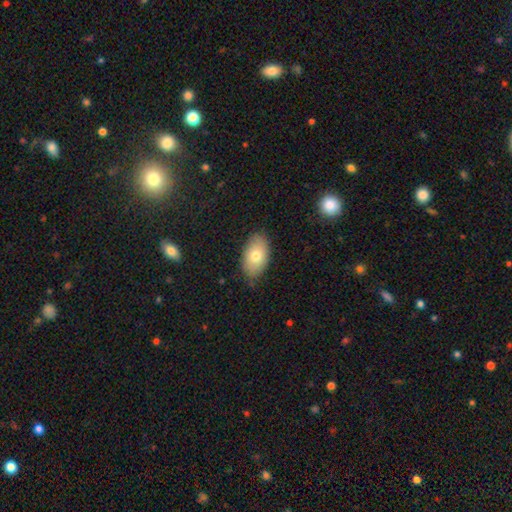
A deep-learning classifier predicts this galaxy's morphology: A smooth galaxy with no disk features (75%) that is in between round and cigar-shaped (92%).

Vote fractions:
- Smooth or featured? smooth: 75% / featured or disk: 18% / star or artifact: 7%
- How rounded? in between: 92% / round: 6% / cigar-shaped: 2%
- Merging? none: 82% / minor disturbance: 15% / major disturbance: 3% / merger: 1%